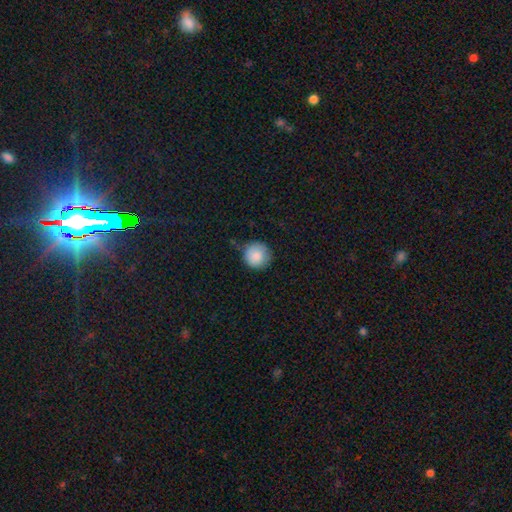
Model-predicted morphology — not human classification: This appears to be a smooth galaxy with no disk features (87%) that is round (95%). Merging: none (77%).